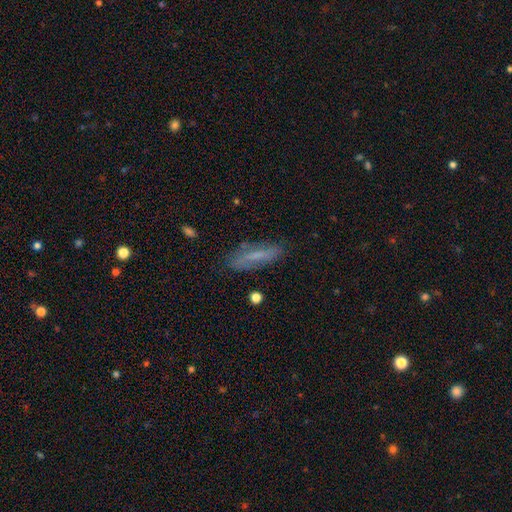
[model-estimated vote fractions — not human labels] smooth-or-featured: smooth: 50% | featured or disk: 40% | star or artifact: 10%
  how-rounded: cigar-shaped: 61% | in between: 36% | round: 2%
  merging: none: 74% | minor disturbance: 18% | major disturbance: 6% | merger: 2%